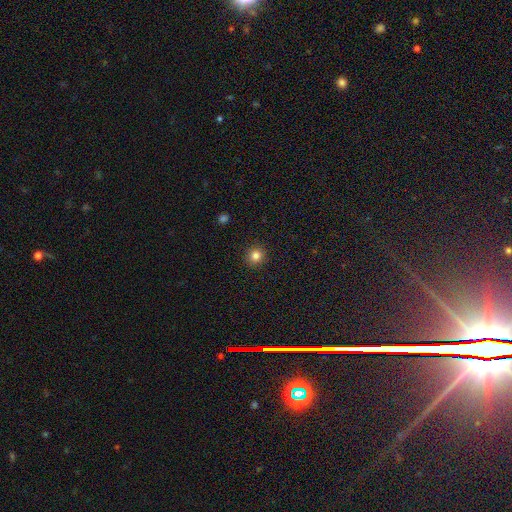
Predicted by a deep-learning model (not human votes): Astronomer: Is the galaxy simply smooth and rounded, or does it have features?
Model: smooth — 84%.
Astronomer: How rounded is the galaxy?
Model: round — 90%.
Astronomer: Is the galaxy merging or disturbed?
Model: none — 92%.